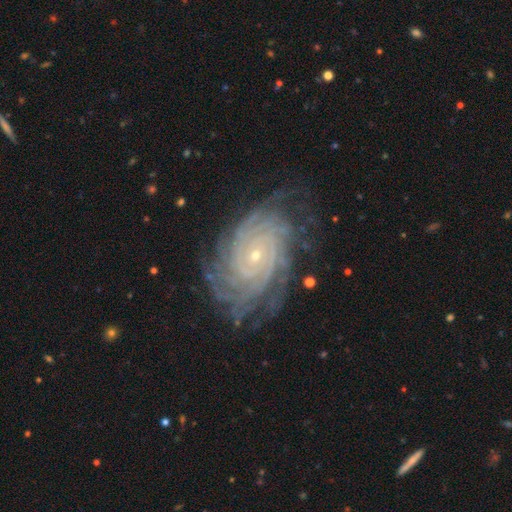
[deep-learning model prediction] Smooth or featured: featured or disk — 90% (star or artifact — 6%)
Edge-on disk: no — 97% (yes — 3%)
Bar: no — 73% (weak — 20%)
Spiral arms: yes — 98% (no — 2%)
Spiral winding: tight — 84% (medium — 13%)
Spiral arm count: more than 4 — 30% (can't tell — 22%)
Bulge size: small — 83% (moderate — 14%)
Merging: none — 76% (minor disturbance — 17%)